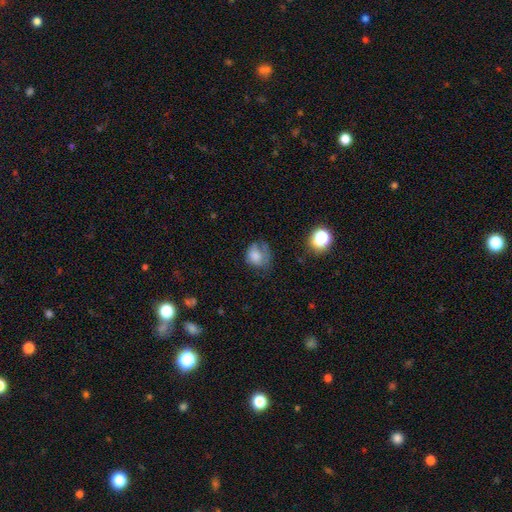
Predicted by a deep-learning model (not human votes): Q: Smooth or featured?
A: smooth (68%); runner-up: featured or disk (21%)
Q: How rounded?
A: round (59%); runner-up: in between (40%)
Q: Merging?
A: none (36%); runner-up: major disturbance (31%)